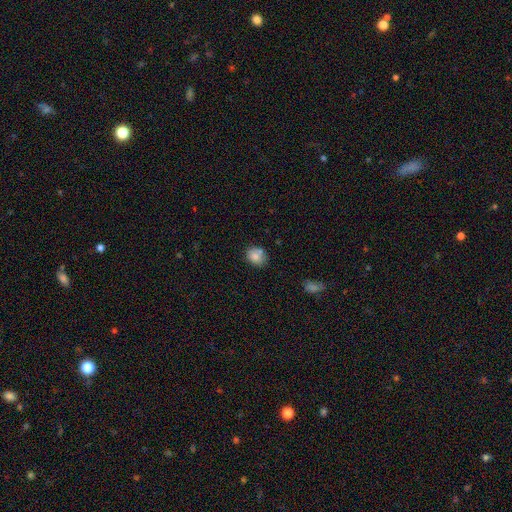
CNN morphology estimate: Smooth or featured? smooth (79%)
How rounded? round (51%)
Merging? none (63%)